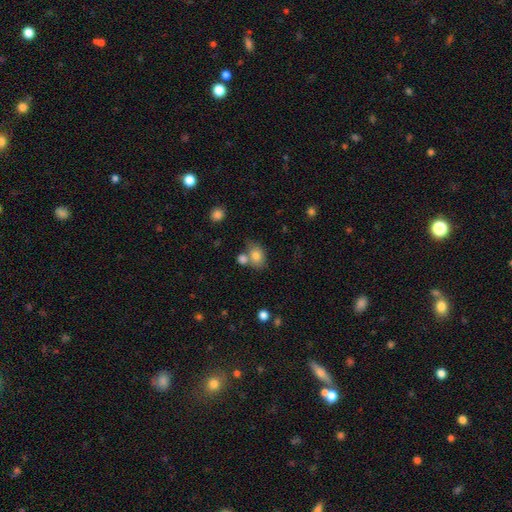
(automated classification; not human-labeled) This appears to be a smooth galaxy with no disk features (80%) that is in between round and cigar-shaped (65%). Merging: none (50%).